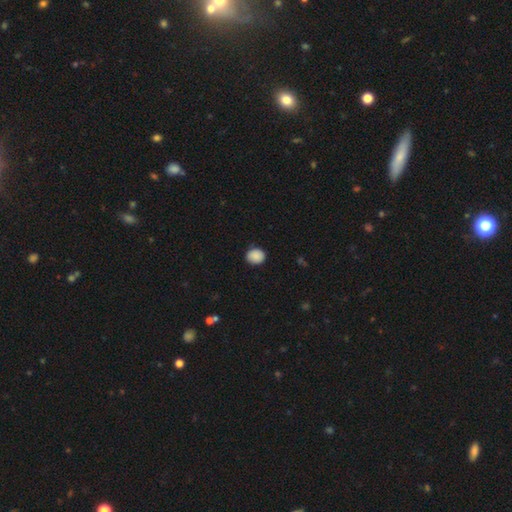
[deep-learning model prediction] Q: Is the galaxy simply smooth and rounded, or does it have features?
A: smooth — 89%.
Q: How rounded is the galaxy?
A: round — 70%.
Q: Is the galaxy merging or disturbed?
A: none — 88%.